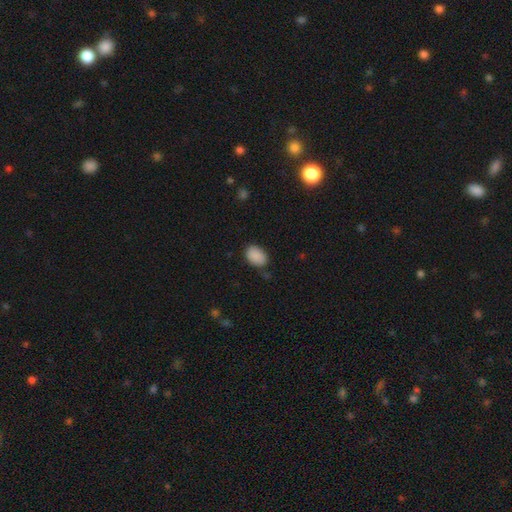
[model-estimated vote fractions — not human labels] A smooth galaxy with no disk features (89%) that is in between round and cigar-shaped (85%).

Vote fractions:
- Smooth or featured? smooth: 89% / star or artifact: 8% / featured or disk: 3%
- How rounded? in between: 85% / round: 14% / cigar-shaped: 1%
- Merging? none: 79% / minor disturbance: 16% / major disturbance: 3% / merger: 2%